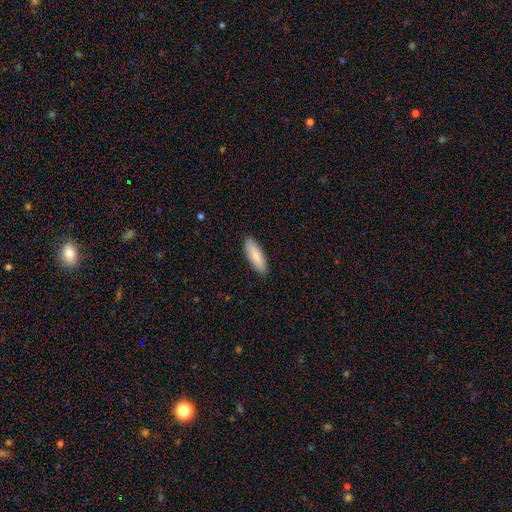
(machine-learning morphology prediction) type=smooth (84%); roundness=cigar-shaped (52%); merging=none (90%).